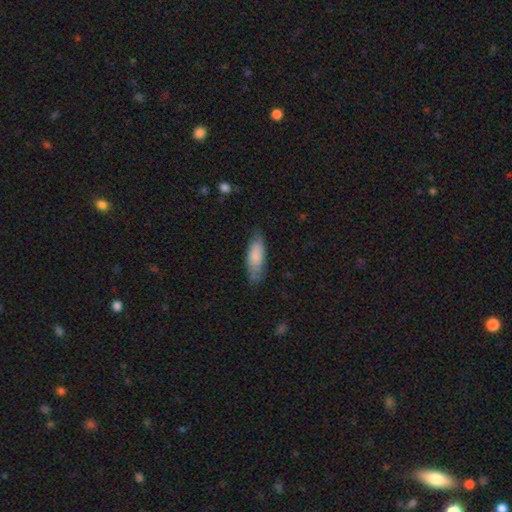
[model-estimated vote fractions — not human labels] Overall: smooth (80%). How rounded: in between (62%; cigar-shaped 37%). Merging: none (73%).